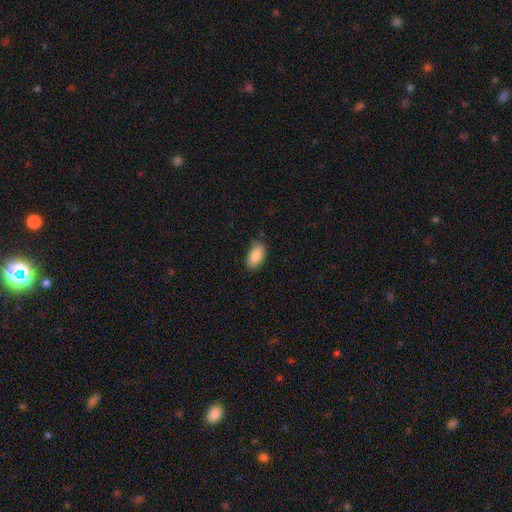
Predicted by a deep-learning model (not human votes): A smooth galaxy with no disk features (88%) that is in between round and cigar-shaped (93%).

Vote fractions:
- Smooth or featured? smooth: 88% / star or artifact: 7% / featured or disk: 6%
- How rounded? in between: 93% / cigar-shaped: 3% / round: 3%
- Merging? none: 80% / minor disturbance: 16% / major disturbance: 3% / merger: 1%